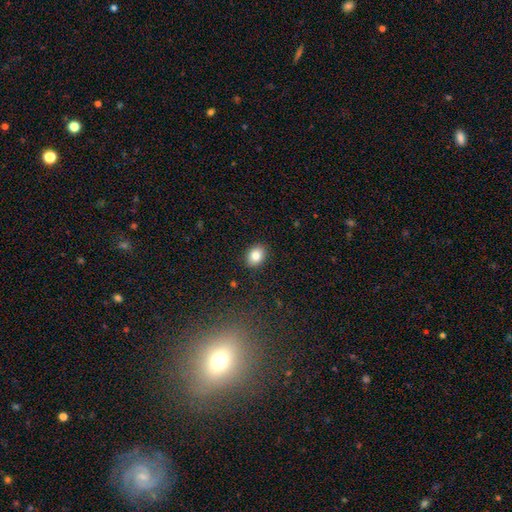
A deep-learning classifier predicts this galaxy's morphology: This is clearly a smooth galaxy (84%). How rounded: likely in between (64%). Merging: clearly none (89%).